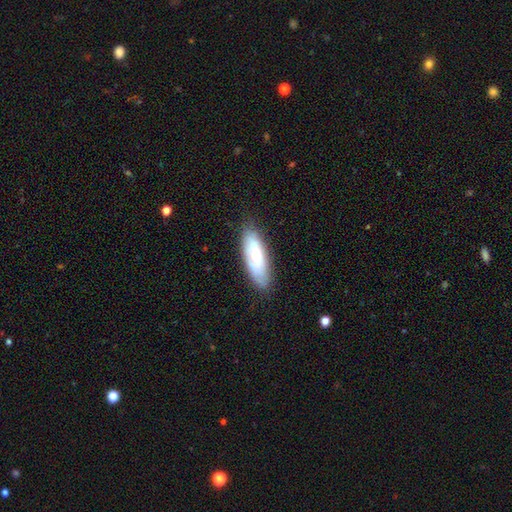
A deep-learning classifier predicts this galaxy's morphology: smooth 56%, featured or disk 37%, star or artifact 6%. Down the decision tree: how rounded — in between (63%); merging — none (80%).